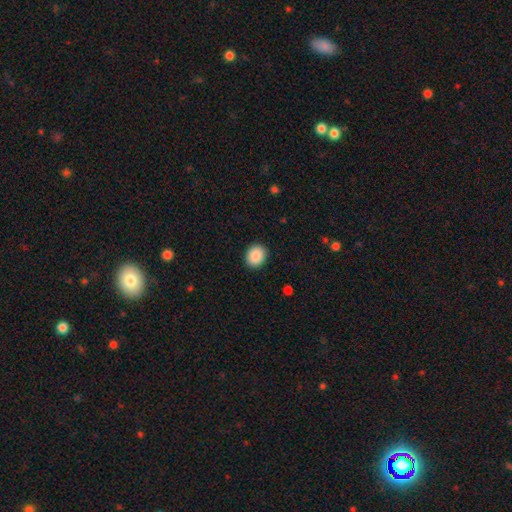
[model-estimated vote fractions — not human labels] smooth-or-featured: smooth: 89% | star or artifact: 8% | featured or disk: 4%
  how-rounded: round: 58% | in between: 41% | cigar-shaped: 1%
  merging: none: 90% | minor disturbance: 7% | major disturbance: 2% | merger: 1%